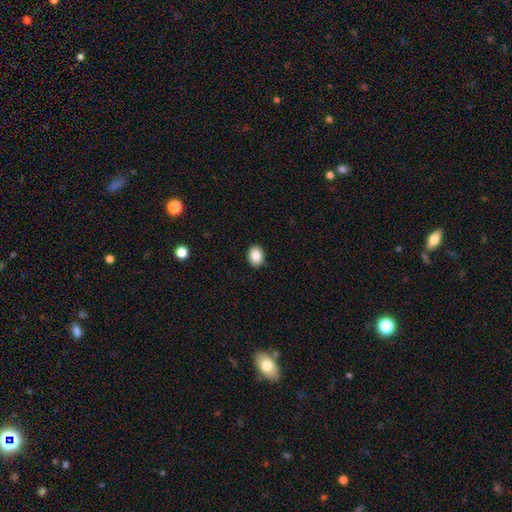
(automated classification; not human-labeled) This is clearly a smooth galaxy (86%). How rounded: likely in between (68%). Merging: clearly none (91%).